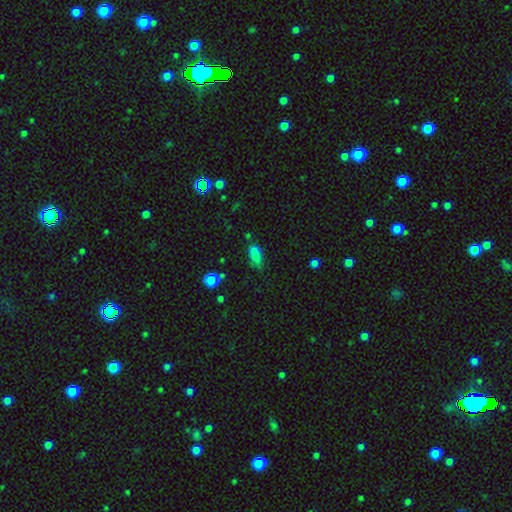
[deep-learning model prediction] Q: Smooth or featured?
A: smooth (74%); runner-up: star or artifact (15%)
Q: How rounded?
A: in between (73%); runner-up: cigar-shaped (22%)
Q: Merging?
A: none (48%); runner-up: minor disturbance (28%)